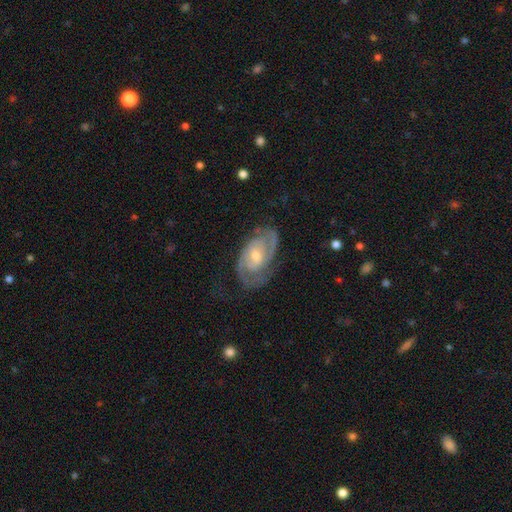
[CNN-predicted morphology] Smooth or featured? featured or disk (85%)
Edge-on disk? no (96%)
Bar? no (55%)
Spiral arms? yes (94%)
Spiral winding? tight (54%)
Spiral arm count? 2 (77%)
Bulge size? moderate (48%)
Merging? none (69%)